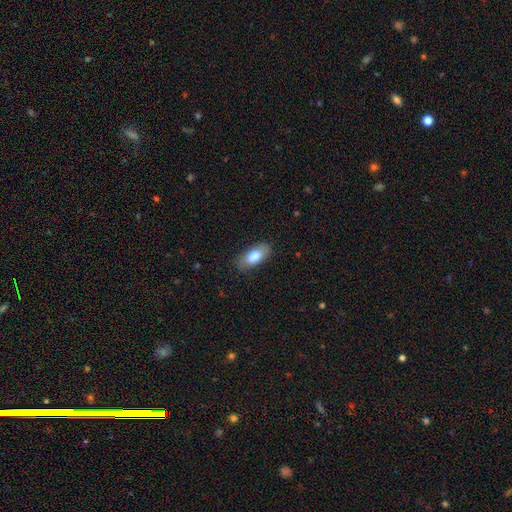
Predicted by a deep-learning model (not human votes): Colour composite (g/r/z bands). It shows a smooth galaxy with no disk features (79%) that is in between round and cigar-shaped (86%). Merging: none (83%).